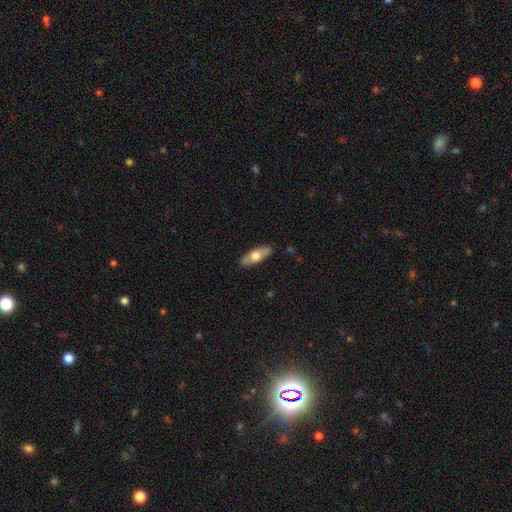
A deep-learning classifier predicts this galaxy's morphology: type=smooth (61%); roundness=in between (67%); merging=none (86%).